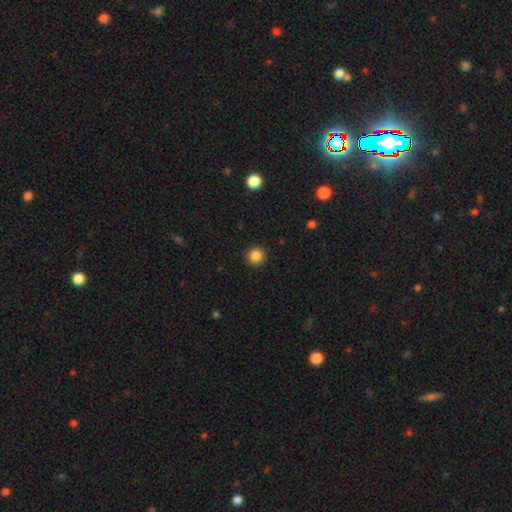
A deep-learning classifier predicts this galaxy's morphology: A smooth galaxy with no disk features (86%) that is round (94%).

Vote fractions:
- Smooth or featured? smooth: 86% / star or artifact: 11% / featured or disk: 3%
- How rounded? round: 94% / in between: 5% / cigar-shaped: 1%
- Merging? none: 92% / minor disturbance: 5% / major disturbance: 2% / merger: 1%